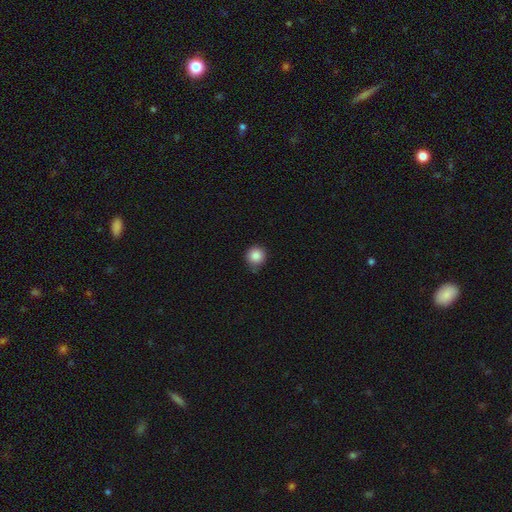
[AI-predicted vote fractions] smooth-or-featured: smooth: 87% | star or artifact: 10% | featured or disk: 4%
  how-rounded: round: 94% | in between: 5% | cigar-shaped: 1%
  merging: none: 79% | minor disturbance: 16% | major disturbance: 3% | merger: 2%